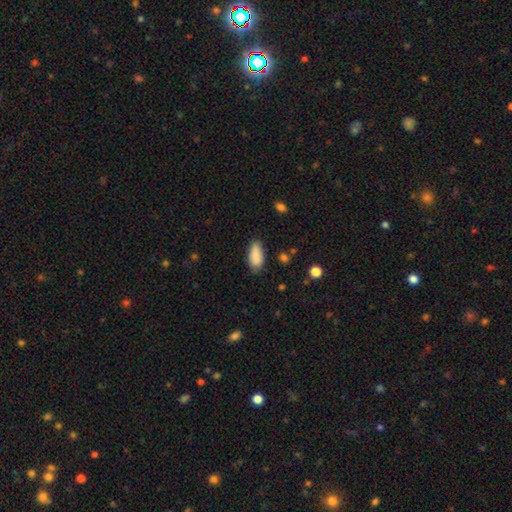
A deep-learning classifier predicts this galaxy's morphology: smooth-or-featured: smooth: 88% | star or artifact: 7% | featured or disk: 5%
  how-rounded: in between: 87% | cigar-shaped: 11% | round: 2%
  merging: none: 77% | minor disturbance: 18% | major disturbance: 3% | merger: 2%